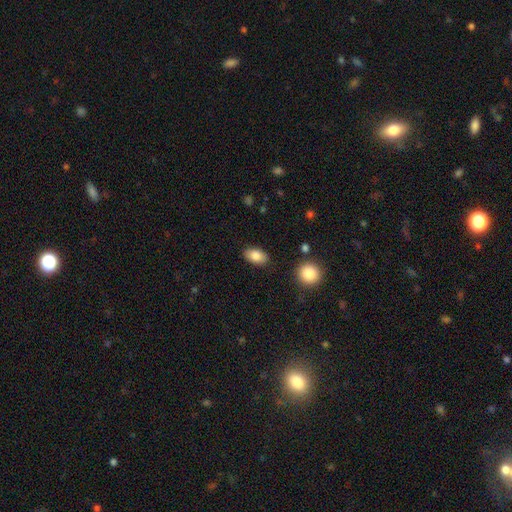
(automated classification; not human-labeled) Smooth or featured? Predicted: smooth (p=0.85). How rounded? Predicted: in between (p=0.90). Merging? Predicted: none (p=0.86).